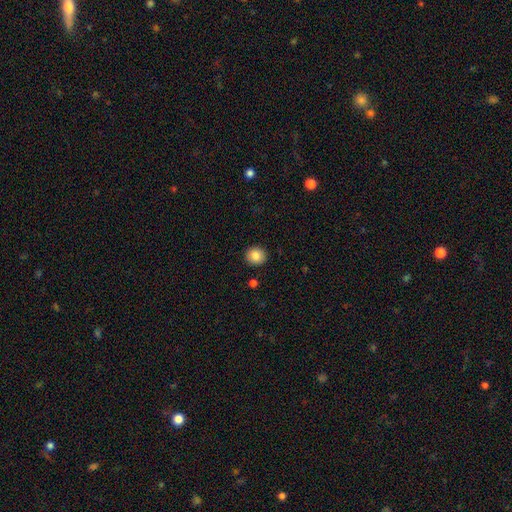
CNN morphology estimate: Smooth or featured: smooth — 86% (star or artifact — 9%)
How rounded: round — 88% (in between — 11%)
Merging: none — 91% (minor disturbance — 5%)